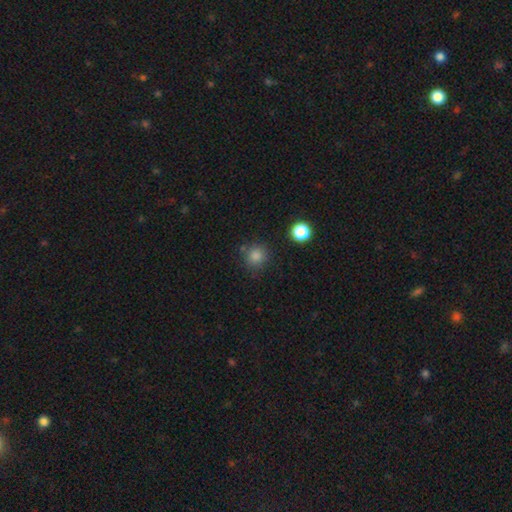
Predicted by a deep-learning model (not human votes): This is clearly a smooth galaxy (83%). How rounded: clearly round (92%). Merging: clearly none (82%).